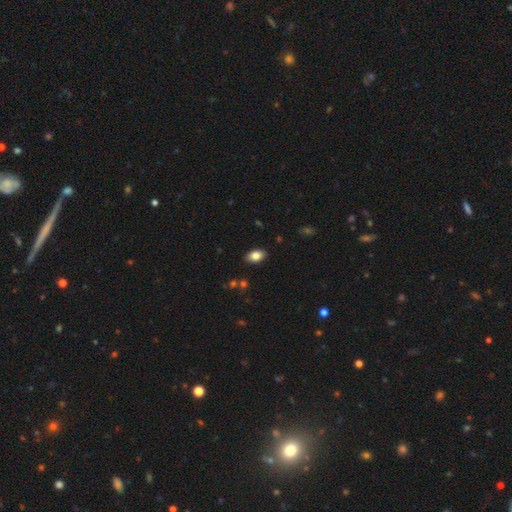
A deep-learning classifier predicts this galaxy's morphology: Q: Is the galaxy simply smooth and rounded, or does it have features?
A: smooth — 83%.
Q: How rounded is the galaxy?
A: in between — 90%.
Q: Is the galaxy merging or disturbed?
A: none — 87%.